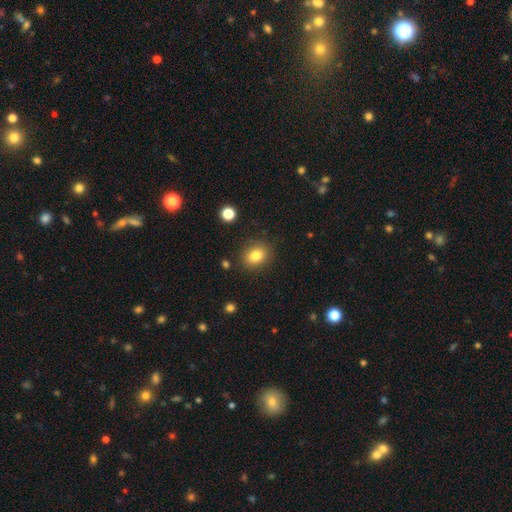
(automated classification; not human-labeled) The model was most divided on "how rounded": round: 53%, in between: 46%, cigar-shaped: 1%. More confident: merging — none (86%); smooth or featured — smooth (82%).